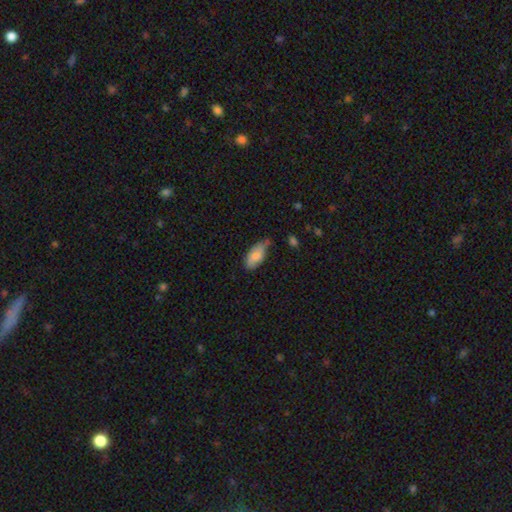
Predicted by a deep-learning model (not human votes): smooth_or_featured: smooth (p=0.81) [alt: featured or disk p=0.13]
how_rounded: in between (p=0.90) [alt: cigar-shaped p=0.08]
merging: none (p=0.52) [alt: minor disturbance p=0.37]